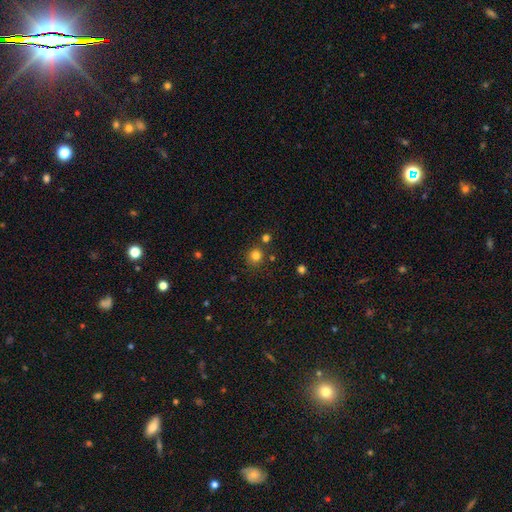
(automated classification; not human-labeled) Smooth or featured? smooth (80%)
How rounded? round (89%)
Merging? none (80%)